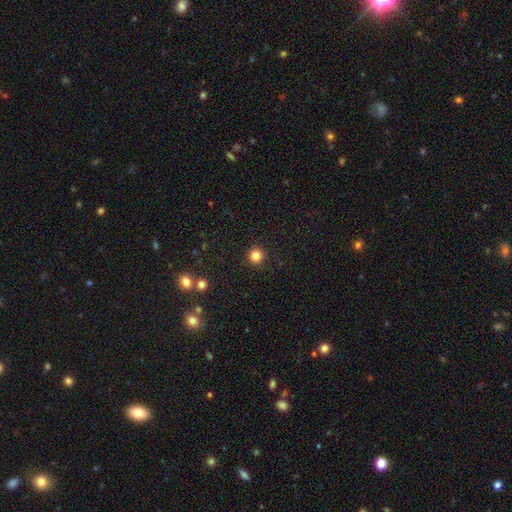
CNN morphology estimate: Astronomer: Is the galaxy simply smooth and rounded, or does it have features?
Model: smooth — 83%.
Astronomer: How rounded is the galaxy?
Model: round — 95%.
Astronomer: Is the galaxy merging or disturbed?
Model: none — 93%.